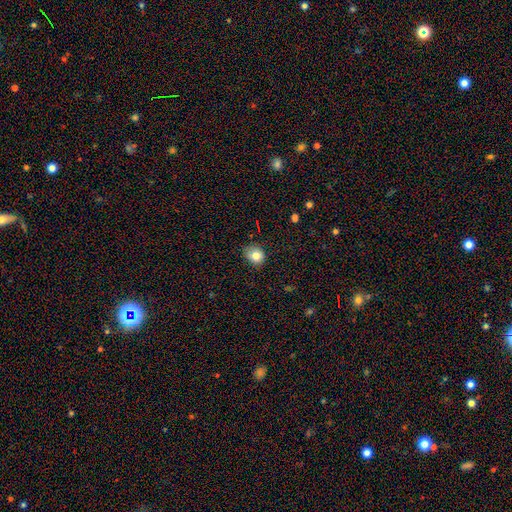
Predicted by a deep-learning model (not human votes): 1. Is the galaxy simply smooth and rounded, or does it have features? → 81% smooth, 10% star or artifact, 9% featured or disk.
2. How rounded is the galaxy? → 64% round, 35% in between, 1% cigar-shaped.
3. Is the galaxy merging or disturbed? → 75% none, 21% minor disturbance, 3% major disturbance, 1% merger.